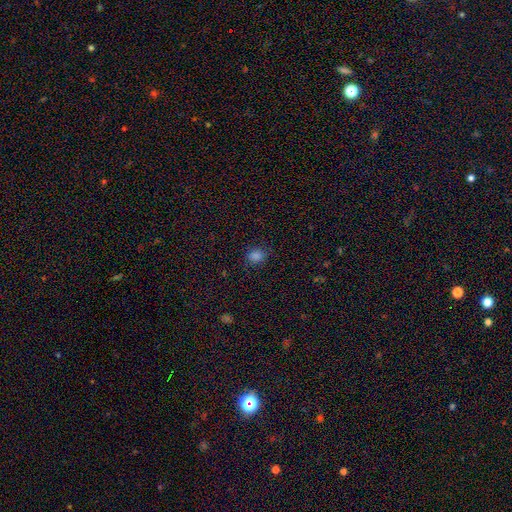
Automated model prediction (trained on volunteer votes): smooth-or-featured: smooth: 81% | star or artifact: 15% | featured or disk: 4%
  how-rounded: in between: 51% | round: 48% | cigar-shaped: 1%
  merging: none: 81% | minor disturbance: 14% | major disturbance: 4% | merger: 1%